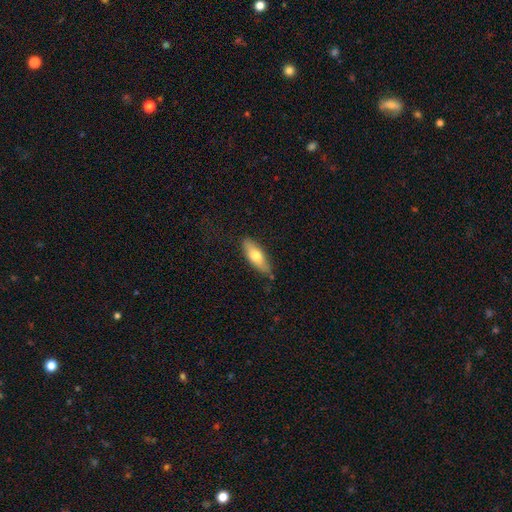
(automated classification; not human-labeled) smooth_or_featured: smooth (p=0.67) [alt: featured or disk p=0.27]
how_rounded: in between (p=0.62) [alt: cigar-shaped p=0.35]
merging: none (p=0.80) [alt: minor disturbance p=0.15]